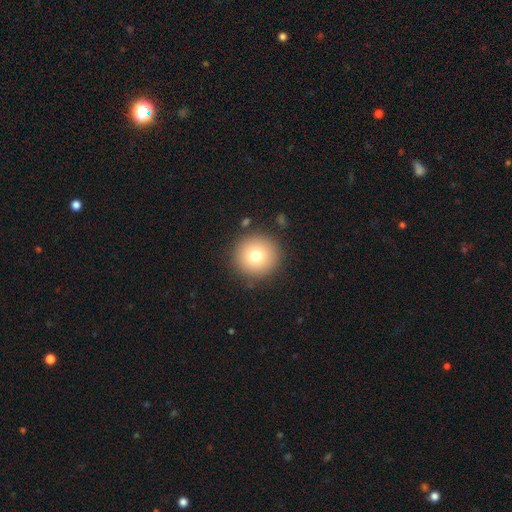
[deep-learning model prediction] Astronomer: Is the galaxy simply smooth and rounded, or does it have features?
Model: smooth — 74%.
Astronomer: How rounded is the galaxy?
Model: round — 95%.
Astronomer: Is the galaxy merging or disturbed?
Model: none — 89%.